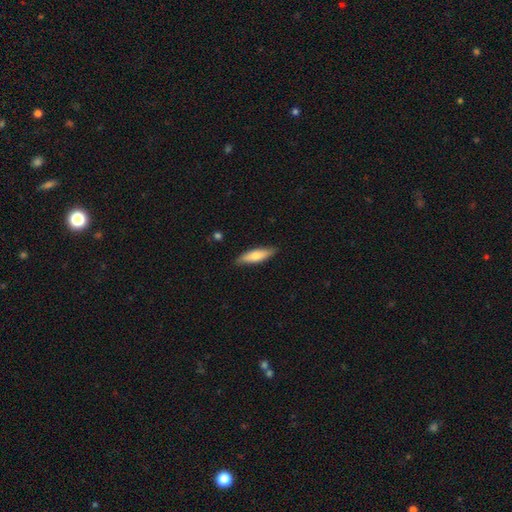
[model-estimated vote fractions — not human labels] This is likely a smooth galaxy (71%). How rounded: possibly cigar-shaped (56%). Merging: clearly none (86%).